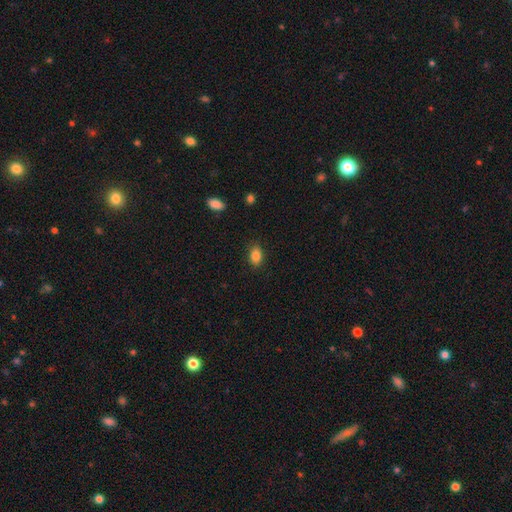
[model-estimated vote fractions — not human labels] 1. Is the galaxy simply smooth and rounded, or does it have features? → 87% smooth, 9% star or artifact, 5% featured or disk.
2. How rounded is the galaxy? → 86% in between, 12% round, 2% cigar-shaped.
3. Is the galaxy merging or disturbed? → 85% none, 11% minor disturbance, 3% major disturbance, 1% merger.